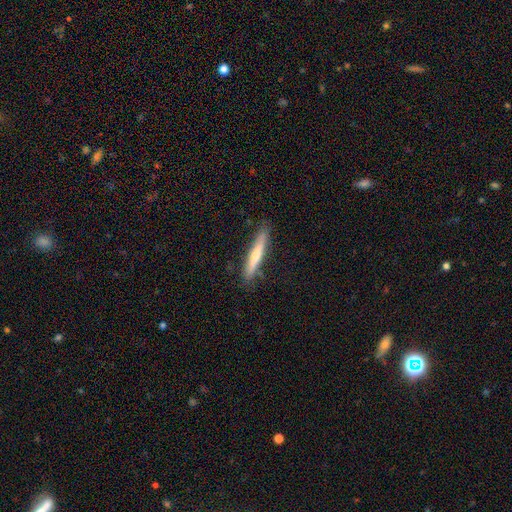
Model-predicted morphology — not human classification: This is possibly a smooth galaxy (55%). How rounded: clearly cigar-shaped (93%). Merging: clearly none (85%).